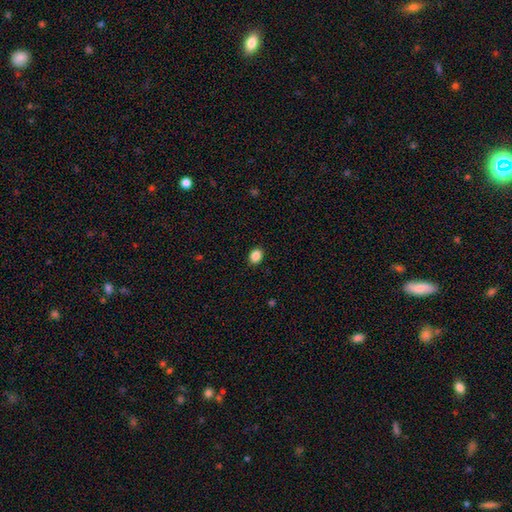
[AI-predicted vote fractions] A smooth galaxy with no disk features (87%) that is round (54%). Merging: none (90%).